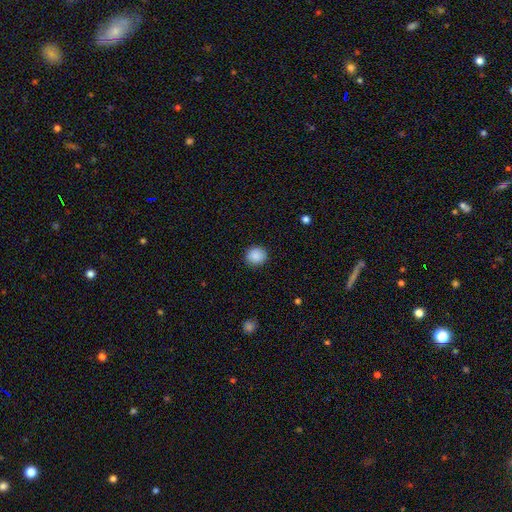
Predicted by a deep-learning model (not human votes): smooth-or-featured: smooth: 89% | star or artifact: 8% | featured or disk: 3%
  how-rounded: round: 86% | in between: 14% | cigar-shaped: 1%
  merging: none: 90% | minor disturbance: 7% | major disturbance: 2% | merger: 1%